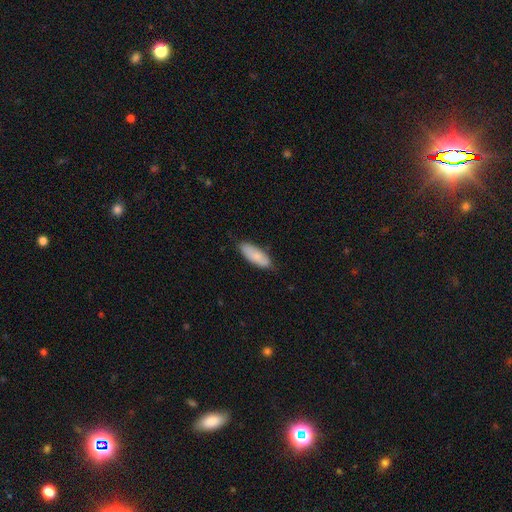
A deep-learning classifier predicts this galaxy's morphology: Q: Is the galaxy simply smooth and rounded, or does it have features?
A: smooth — 82%.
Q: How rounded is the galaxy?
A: in between — 71%.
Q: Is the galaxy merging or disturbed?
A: none — 79%.